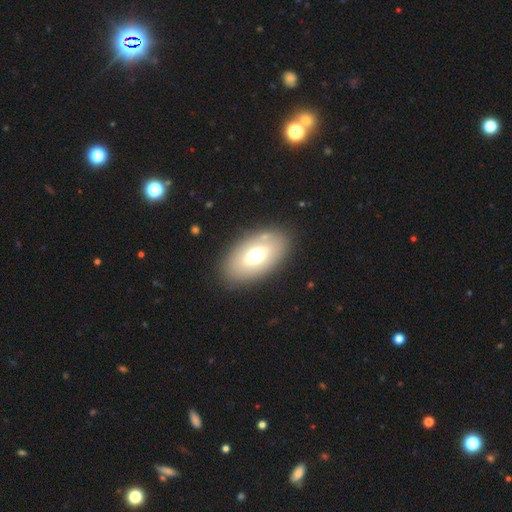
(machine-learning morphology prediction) This appears to be a smooth galaxy with no disk features (62%) that is in between round and cigar-shaped (91%). Merging: none (83%).